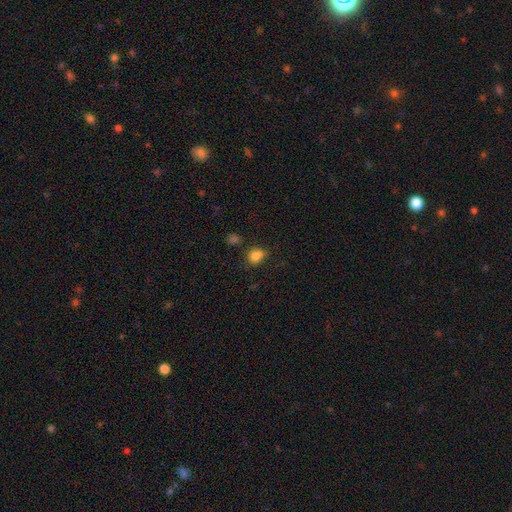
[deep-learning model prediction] Overall: smooth (80%). How rounded: round (65%; in between 34%). Merging: none (61%).